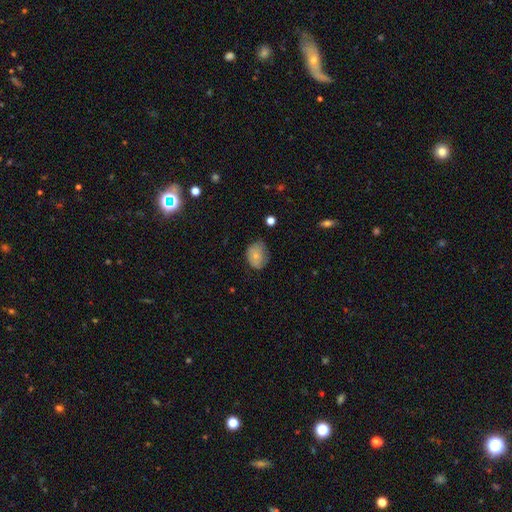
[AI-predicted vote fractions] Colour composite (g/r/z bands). It shows a smooth galaxy with no disk features (72%) that is in between round and cigar-shaped (58%). Merging: none (52%).